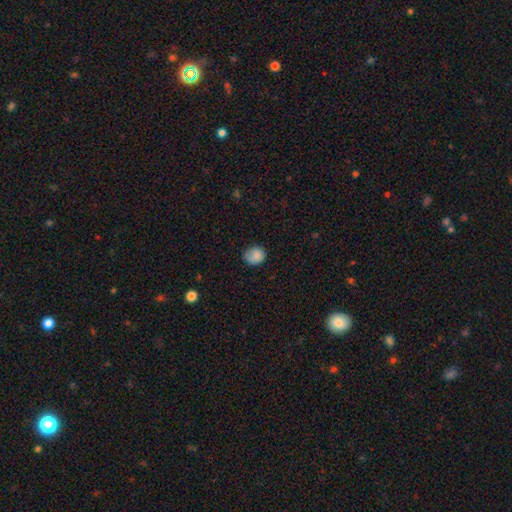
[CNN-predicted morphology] Overall: smooth (84%). How rounded: round (62%; in between 37%). Merging: none (65%; minor disturbance 27%).